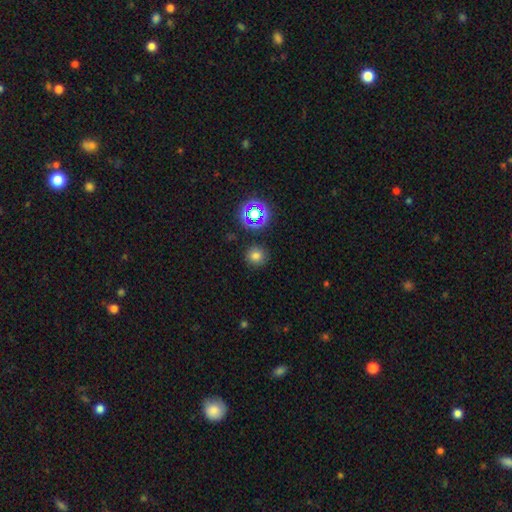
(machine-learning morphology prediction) Smooth or featured? Predicted: smooth (p=0.72). How rounded? Predicted: round (p=0.91). Merging? Predicted: none (p=0.88).